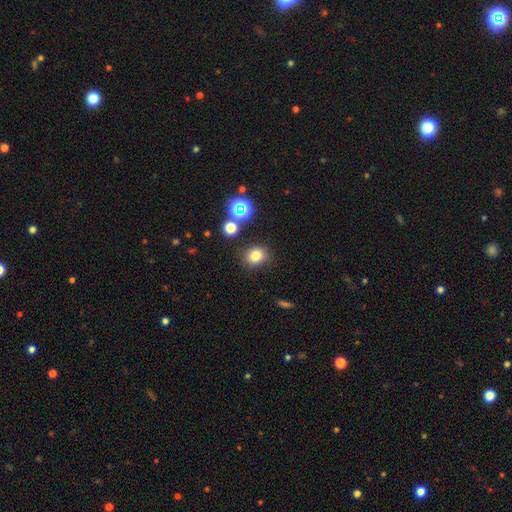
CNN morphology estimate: This appears to be a smooth galaxy with no disk features (77%) that is round (72%). Merging: none (83%).